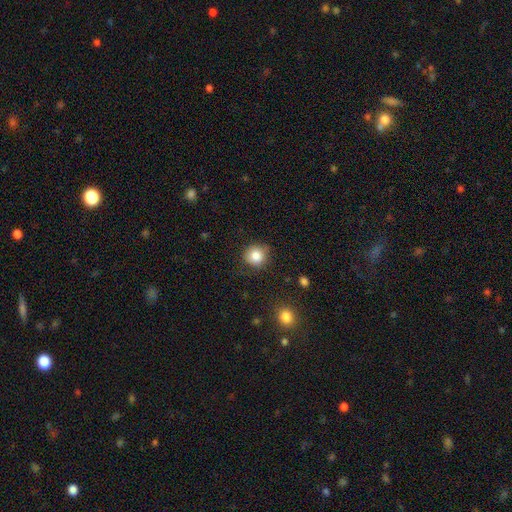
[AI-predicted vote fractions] Smooth or featured? Predicted: smooth (p=0.85). How rounded? Predicted: round (p=0.90). Merging? Predicted: none (p=0.82).